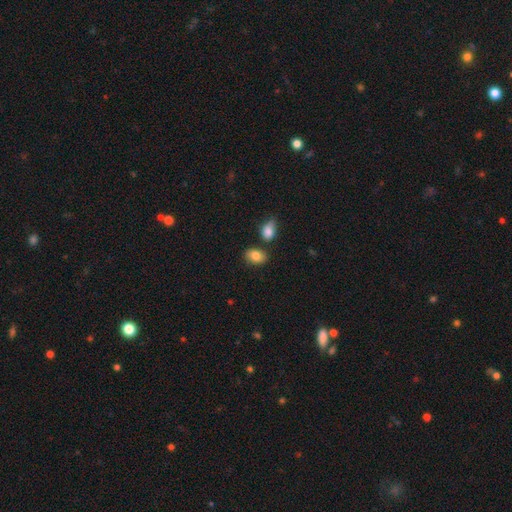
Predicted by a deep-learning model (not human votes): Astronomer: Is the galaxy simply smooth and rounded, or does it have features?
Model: smooth — 84%.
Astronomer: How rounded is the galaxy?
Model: in between — 79%.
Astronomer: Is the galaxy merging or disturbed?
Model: none — 70%.